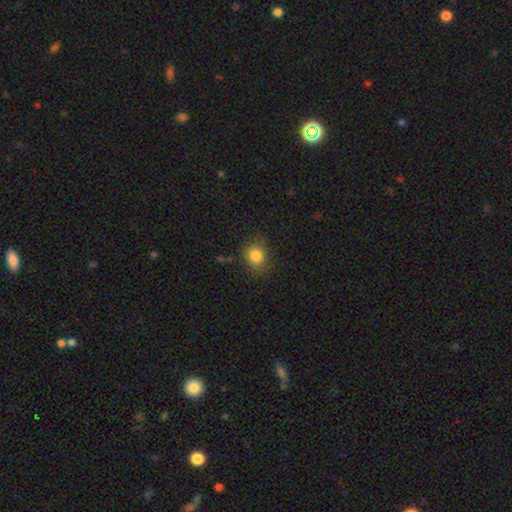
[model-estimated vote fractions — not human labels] The model was most divided on "how rounded": round: 68%, in between: 31%, cigar-shaped: 1%. More confident: smooth or featured — smooth (83%); merging — none (79%).